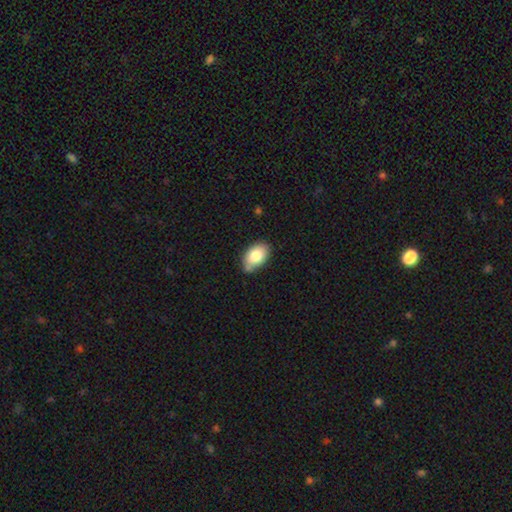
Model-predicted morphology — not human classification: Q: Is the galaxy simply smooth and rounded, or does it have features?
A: smooth — 82%.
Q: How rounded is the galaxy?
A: in between — 89%.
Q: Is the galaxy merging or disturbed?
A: none — 69%.